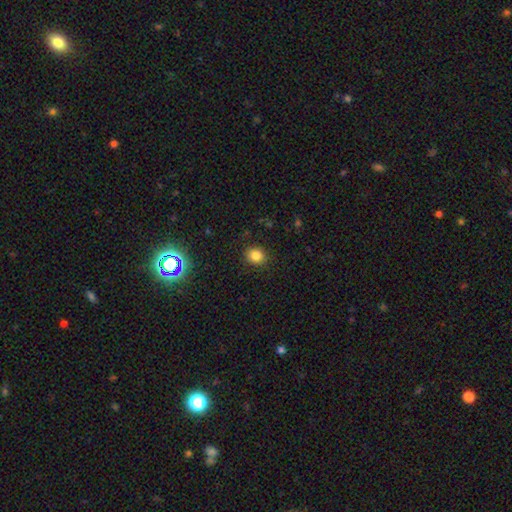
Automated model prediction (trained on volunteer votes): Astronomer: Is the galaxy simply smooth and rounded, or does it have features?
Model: smooth — 82%.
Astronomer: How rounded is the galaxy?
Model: round — 77%.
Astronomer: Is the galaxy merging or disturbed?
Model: none — 88%.